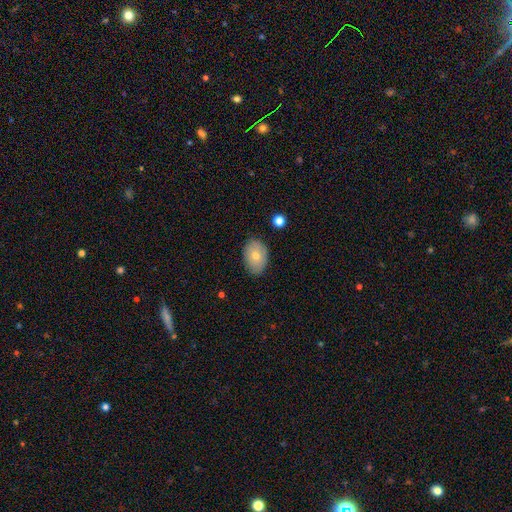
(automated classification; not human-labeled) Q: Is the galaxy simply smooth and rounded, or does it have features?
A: smooth — 70%.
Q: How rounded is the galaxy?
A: in between — 83%.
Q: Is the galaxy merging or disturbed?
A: none — 85%.